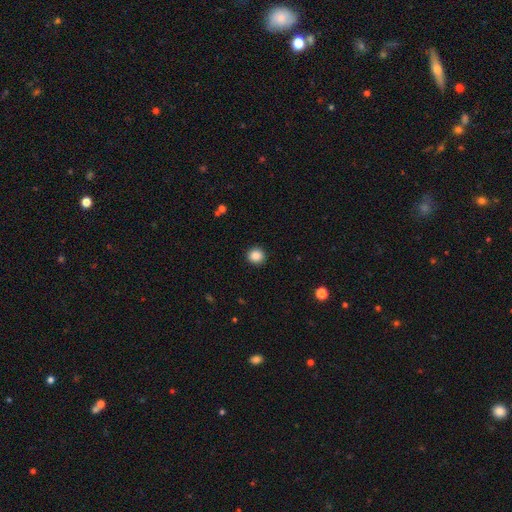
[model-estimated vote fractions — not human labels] The model was most divided on "smooth or featured": smooth: 87%, star or artifact: 10%, featured or disk: 3%. More confident: how rounded — round (92%); merging — none (92%).